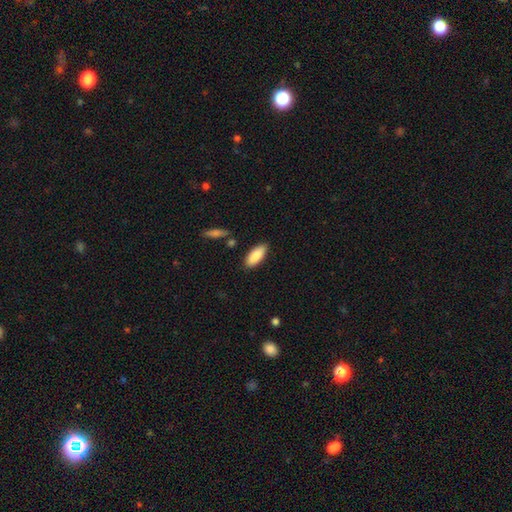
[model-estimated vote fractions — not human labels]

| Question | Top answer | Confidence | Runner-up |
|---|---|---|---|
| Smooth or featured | smooth | 88% | featured or disk (6%) |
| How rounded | in between | 81% | cigar-shaped (18%) |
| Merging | none | 86% | minor disturbance (10%) |